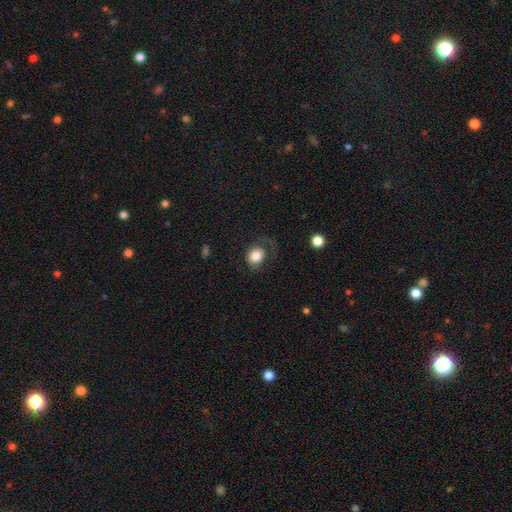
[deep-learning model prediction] Smooth or featured: smooth — 79% (featured or disk — 13%)
How rounded: round — 62% (in between — 38%)
Merging: none — 50% (major disturbance — 27%)